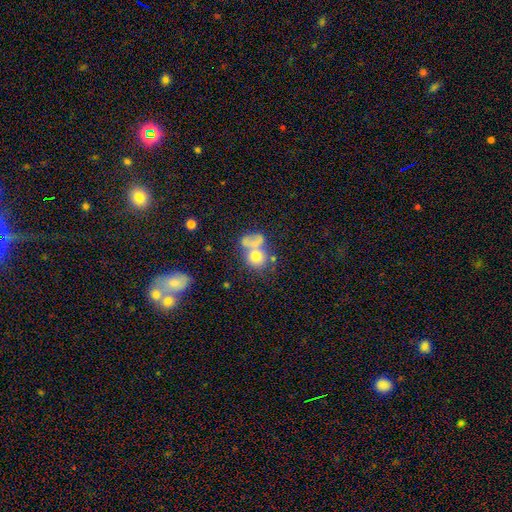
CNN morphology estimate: Smooth or featured: smooth — 68% (featured or disk — 21%)
How rounded: round — 68% (in between — 31%)
Merging: merger — 52% (none — 29%)